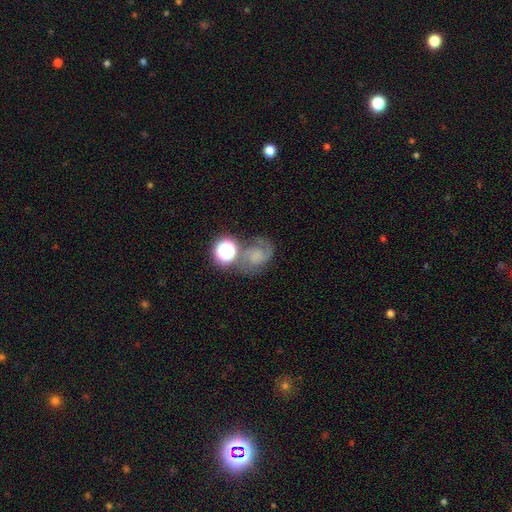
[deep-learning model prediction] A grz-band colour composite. It shows a featured or disk galaxy (55%) with no bar (64%), spiral arms (89%) and no central bulge (39%). Merging: none (48%).